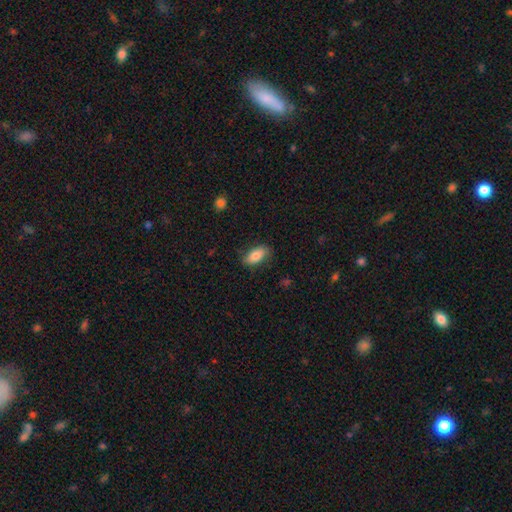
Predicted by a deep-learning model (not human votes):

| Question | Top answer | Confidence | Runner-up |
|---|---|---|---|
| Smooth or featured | smooth | 80% | featured or disk (14%) |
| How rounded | in between | 89% | cigar-shaped (8%) |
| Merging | none | 80% | minor disturbance (16%) |